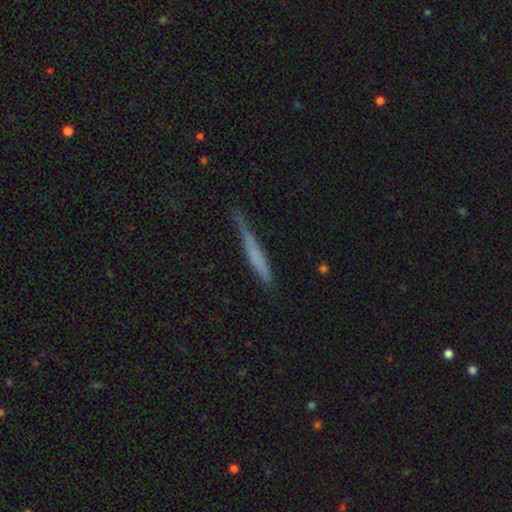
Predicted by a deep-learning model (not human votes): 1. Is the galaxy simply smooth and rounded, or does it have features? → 56% smooth, 37% featured or disk, 7% star or artifact.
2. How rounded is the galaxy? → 95% cigar-shaped, 3% in between, 1% round.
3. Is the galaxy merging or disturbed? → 69% none, 23% minor disturbance, 5% major disturbance, 2% merger.